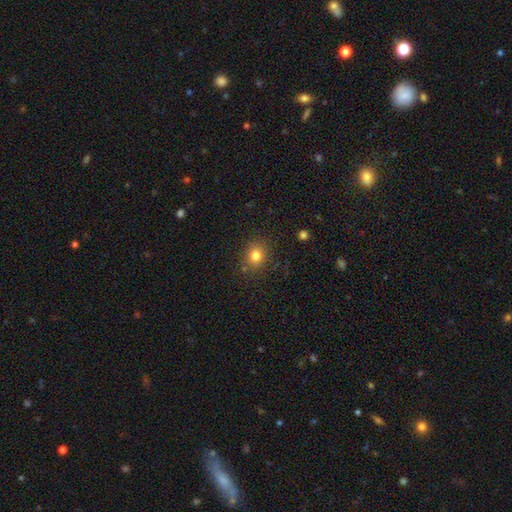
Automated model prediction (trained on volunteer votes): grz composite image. It shows a smooth galaxy with no disk features (80%) that is round (72%). Merging: none (84%).